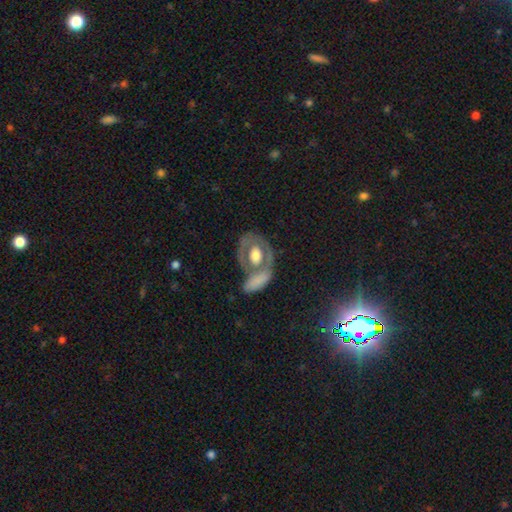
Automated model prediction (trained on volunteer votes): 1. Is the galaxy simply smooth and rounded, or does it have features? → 53% featured or disk, 40% smooth, 6% star or artifact.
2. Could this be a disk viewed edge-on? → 92% no, 8% yes.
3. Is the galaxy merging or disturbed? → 51% none, 24% merger, 16% minor disturbance, 10% major disturbance.